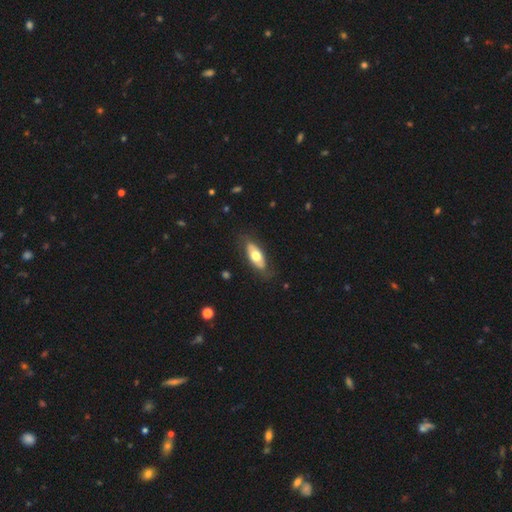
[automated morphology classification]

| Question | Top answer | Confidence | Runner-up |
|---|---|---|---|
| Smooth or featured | smooth | 56% | featured or disk (39%) |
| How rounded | in between | 79% | cigar-shaped (19%) |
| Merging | none | 77% | minor disturbance (17%) |